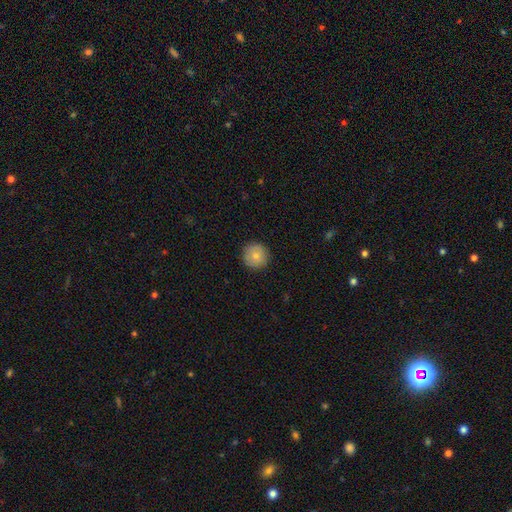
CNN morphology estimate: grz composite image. It shows a smooth galaxy with no disk features (81%) that is round (96%). Merging: none (90%).